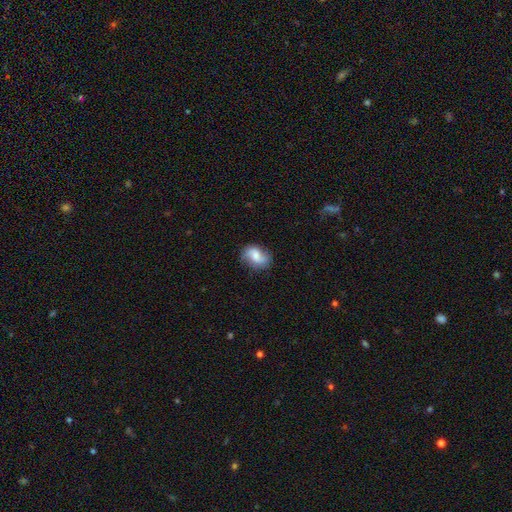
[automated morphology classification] A featured or disk galaxy (49%). Merging: none (74%).